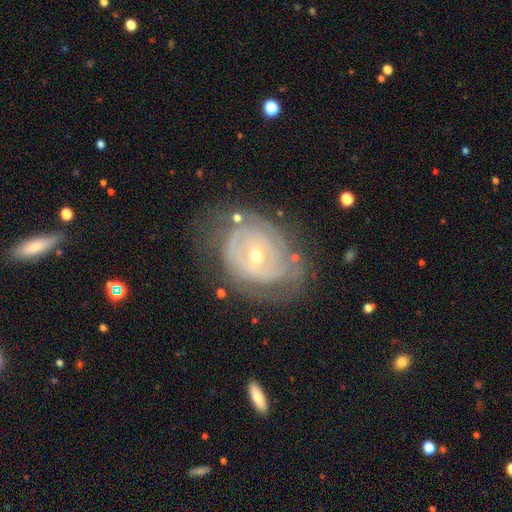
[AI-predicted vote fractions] smooth_or_featured: featured or disk (p=0.84) [alt: smooth p=0.10]
disk_edge_on: no (p=0.96) [alt: yes p=0.04]
bar: no (p=0.46) [alt: weak p=0.40]
has_spiral_arms: yes (p=0.88) [alt: no p=0.12]
spiral_winding: tight (p=0.78) [alt: medium p=0.17]
spiral_arm_count: can't tell (p=0.45) [alt: 2 p=0.26]
bulge_size: small (p=0.57) [alt: moderate p=0.40]
merging: none (p=0.65) [alt: minor disturbance p=0.22]